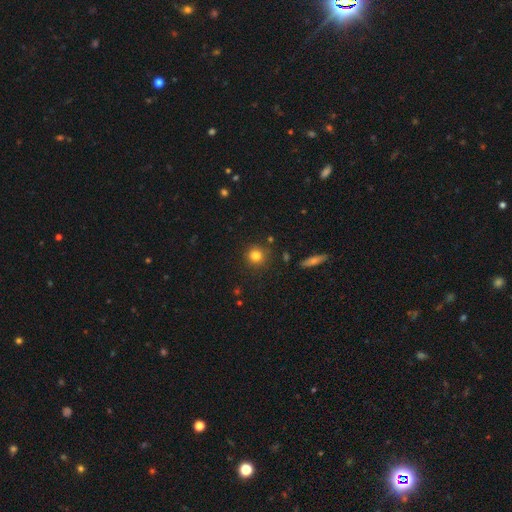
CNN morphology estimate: Smooth or featured? smooth (81%)
How rounded? round (91%)
Merging? none (87%)